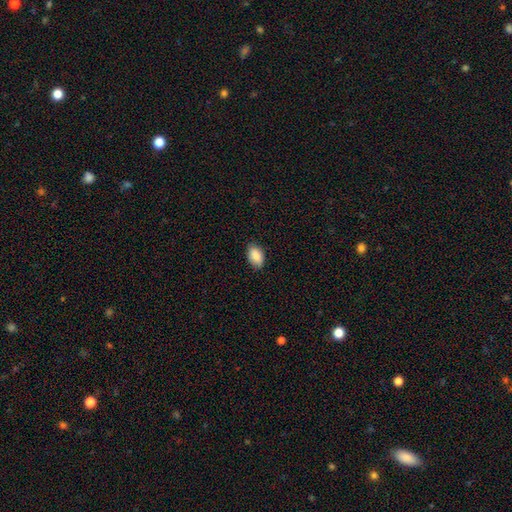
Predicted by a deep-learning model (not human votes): Morphology: type=smooth (88%); roundness=in between (92%); merging=none (84%).